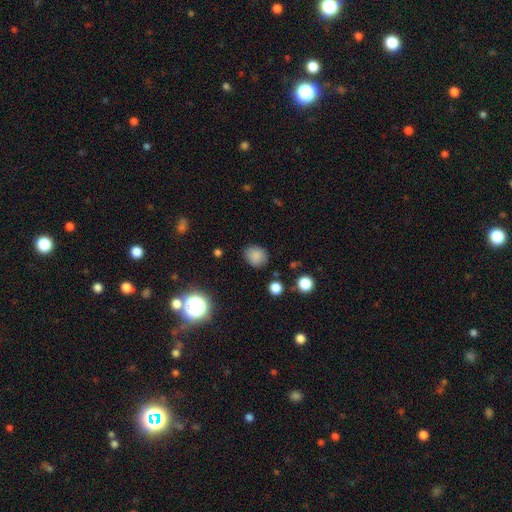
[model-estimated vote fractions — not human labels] smooth 83%, star or artifact 12%, featured or disk 5%. Down the decision tree: how rounded — round (77%); merging — none (85%).